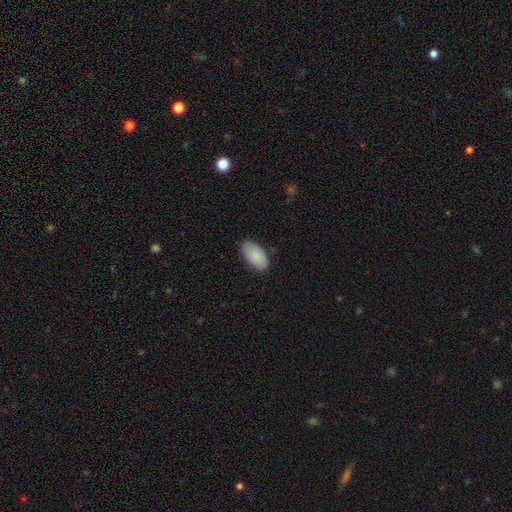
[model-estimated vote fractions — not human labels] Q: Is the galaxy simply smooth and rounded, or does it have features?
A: smooth — 89%.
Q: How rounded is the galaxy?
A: in between — 95%.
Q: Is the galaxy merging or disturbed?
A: none — 85%.